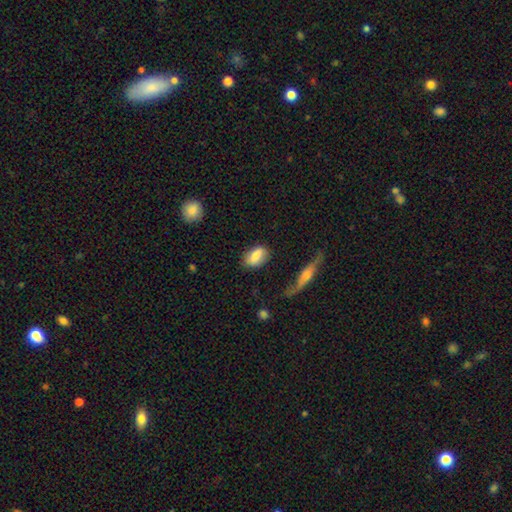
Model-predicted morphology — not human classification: This is likely a smooth galaxy (77%). How rounded: clearly in between (86%). Merging: likely none (78%).